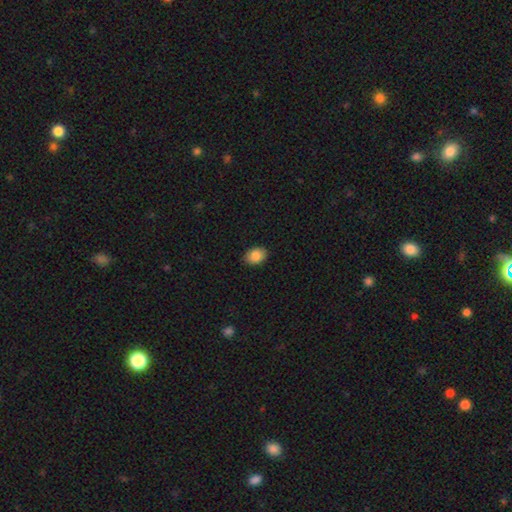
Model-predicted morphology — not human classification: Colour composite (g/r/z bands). It shows a smooth galaxy with no disk features (88%) that is in between round and cigar-shaped (77%). Merging: none (88%).